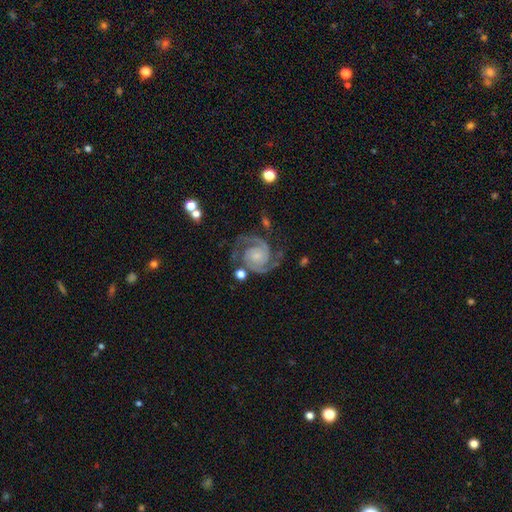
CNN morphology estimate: Smooth or featured? Predicted: featured or disk (p=0.92). Edge-on disk? Predicted: no (p=0.98). Bar? Predicted: no (p=0.66). Spiral arms? Predicted: yes (p=0.99). Spiral winding? Predicted: tight (p=0.49). Spiral arm count? Predicted: 2 (p=0.91). Bulge size? Predicted: small (p=0.53). Merging? Predicted: none (p=0.74).